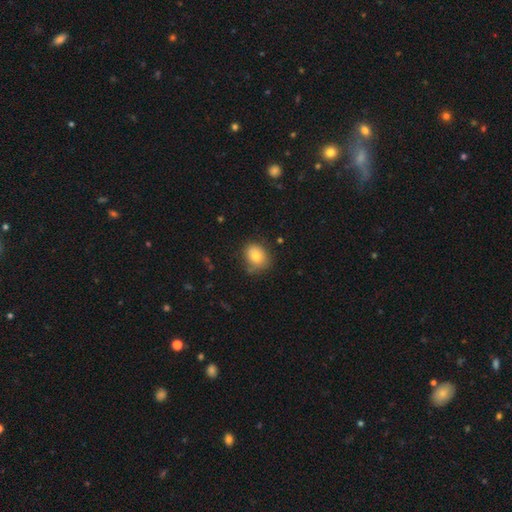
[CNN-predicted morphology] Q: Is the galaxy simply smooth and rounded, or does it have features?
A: smooth — 79%.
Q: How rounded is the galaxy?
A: round — 54%.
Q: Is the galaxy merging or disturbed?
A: none — 68%.